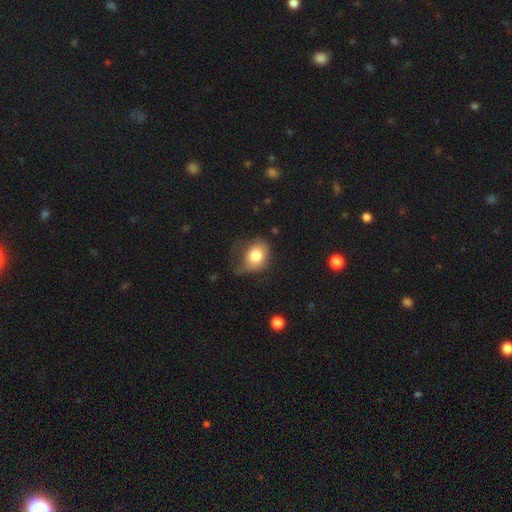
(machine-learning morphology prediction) Smooth or featured?
  - smooth: 79% *
  - featured or disk: 13%
  - star or artifact: 8%
How rounded?
  - in between: 57% *
  - round: 42%
  - cigar-shaped: 1%
Merging?
  - none: 44% *
  - minor disturbance: 35%
  - major disturbance: 18%
  - merger: 2%